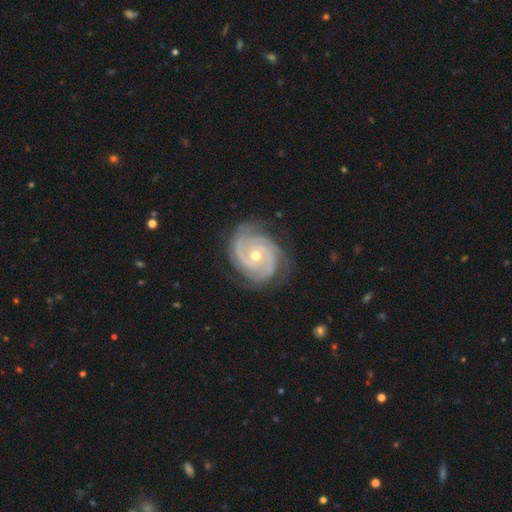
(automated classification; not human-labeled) A featured or disk galaxy (93%) with no bar (69%), 3 (42%) tight (76%) spiral arms (98%) and a moderate central bulge (50%). Merging: none (78%).